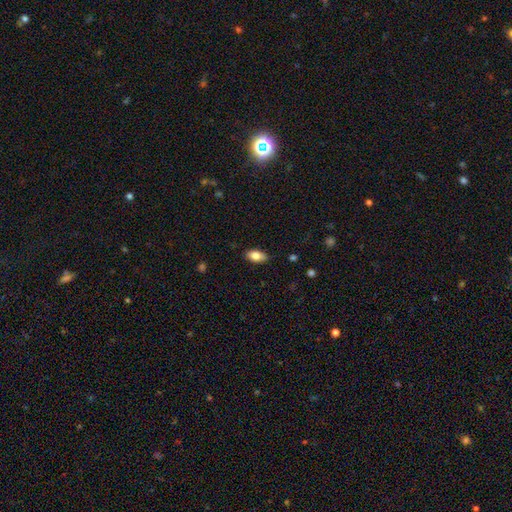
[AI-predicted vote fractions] Smooth or featured?
  - smooth: 82% *
  - featured or disk: 11%
  - star or artifact: 7%
How rounded?
  - in between: 90% *
  - cigar-shaped: 6%
  - round: 4%
Merging?
  - none: 85% *
  - minor disturbance: 12%
  - major disturbance: 2%
  - merger: 1%